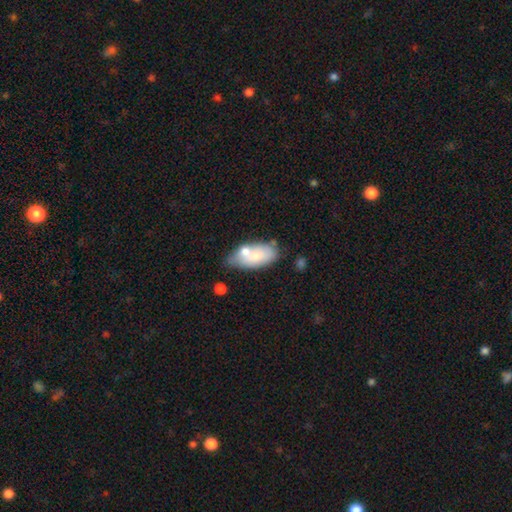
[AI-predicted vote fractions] Q: Smooth or featured?
A: smooth (70%); runner-up: featured or disk (23%)
Q: How rounded?
A: in between (91%); runner-up: cigar-shaped (6%)
Q: Merging?
A: none (47%); runner-up: merger (24%)